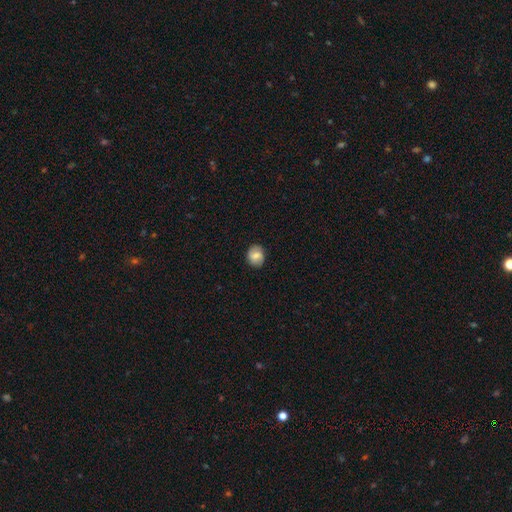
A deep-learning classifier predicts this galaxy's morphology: A smooth galaxy with no disk features (64%) that is round (66%).

Vote fractions:
- Smooth or featured? smooth: 64% / featured or disk: 27% / star or artifact: 8%
- How rounded? round: 66% / in between: 33% / cigar-shaped: 1%
- Merging? none: 84% / minor disturbance: 12% / major disturbance: 3% / merger: 1%